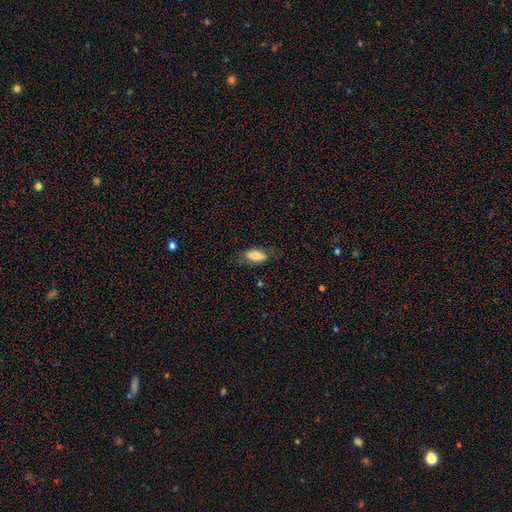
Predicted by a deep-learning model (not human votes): This is likely a smooth galaxy (75%). How rounded: clearly in between (86%). Merging: likely none (71%).